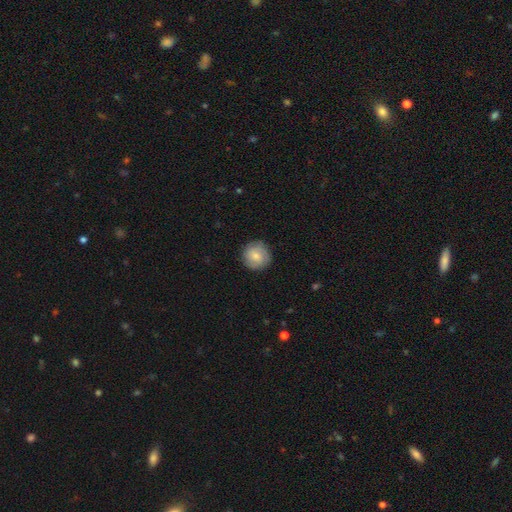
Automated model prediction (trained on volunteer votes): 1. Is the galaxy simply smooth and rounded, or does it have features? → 70% smooth, 23% featured or disk, 7% star or artifact.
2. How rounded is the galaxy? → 92% round, 7% in between, 1% cigar-shaped.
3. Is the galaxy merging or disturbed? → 85% none, 12% minor disturbance, 3% major disturbance, 1% merger.